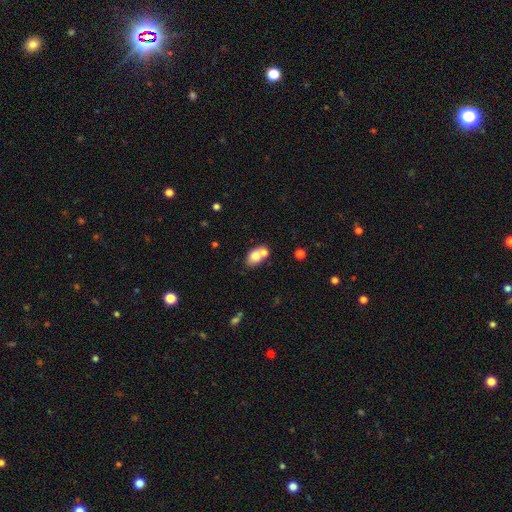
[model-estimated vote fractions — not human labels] This is likely a smooth galaxy (76%). How rounded: likely in between (71%). Merging: possibly merger (47%).